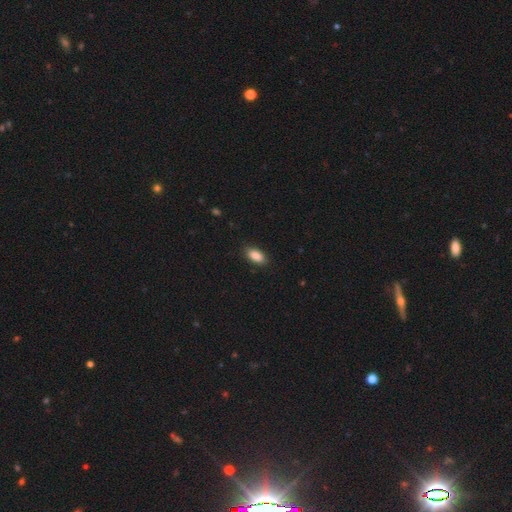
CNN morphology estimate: A smooth galaxy with no disk features (88%) that is in between round and cigar-shaped (91%). Merging: none (87%).